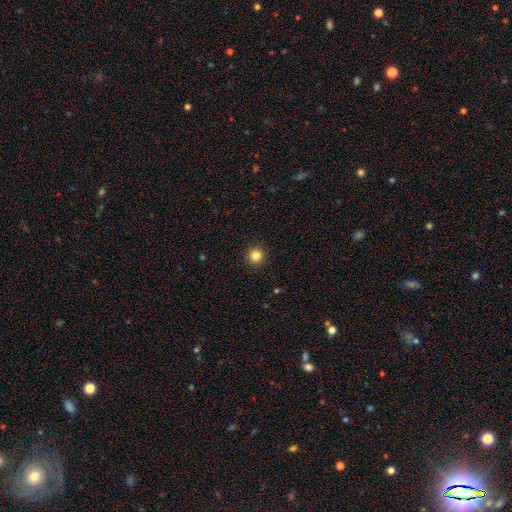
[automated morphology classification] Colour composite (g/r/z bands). It shows a smooth galaxy with no disk features (82%) that is round (96%). Merging: none (93%).